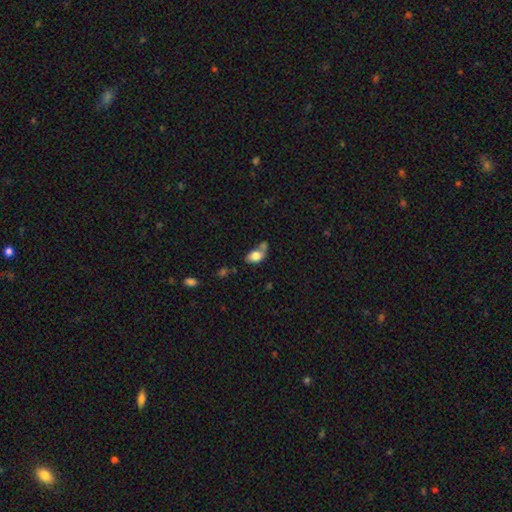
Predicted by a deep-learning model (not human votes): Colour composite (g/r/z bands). It shows a smooth galaxy with no disk features (79%) that is in between round and cigar-shaped (86%). Merging: none (38%).